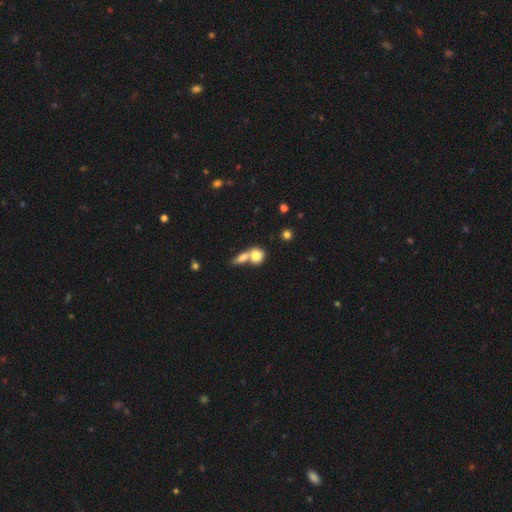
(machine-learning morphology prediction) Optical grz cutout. It shows a smooth galaxy with no disk features (78%) that is round (62%). Merging: merger (64%).